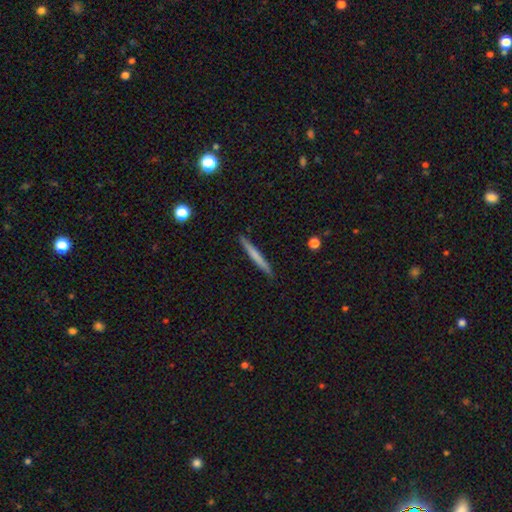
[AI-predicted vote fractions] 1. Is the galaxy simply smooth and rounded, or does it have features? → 61% smooth, 33% featured or disk, 6% star or artifact.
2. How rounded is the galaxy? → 96% cigar-shaped, 2% in between, 1% round.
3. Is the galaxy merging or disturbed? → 91% none, 6% minor disturbance, 1% major disturbance, 1% merger.